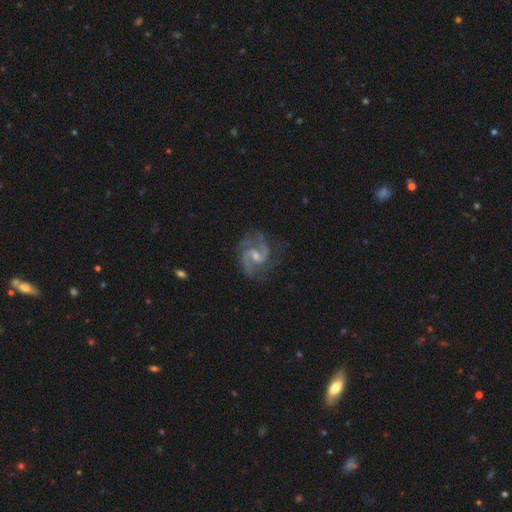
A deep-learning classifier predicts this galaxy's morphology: Smooth or featured: featured or disk — 91% (star or artifact — 5%)
Edge-on disk: no — 98% (yes — 2%)
Bar: weak — 53% (no — 33%)
Spiral arms: yes — 98% (no — 2%)
Spiral winding: medium — 63% (tight — 22%)
Spiral arm count: 2 — 77% (3 — 12%)
Bulge size: small — 52% (moderate — 41%)
Merging: none — 76% (minor disturbance — 16%)